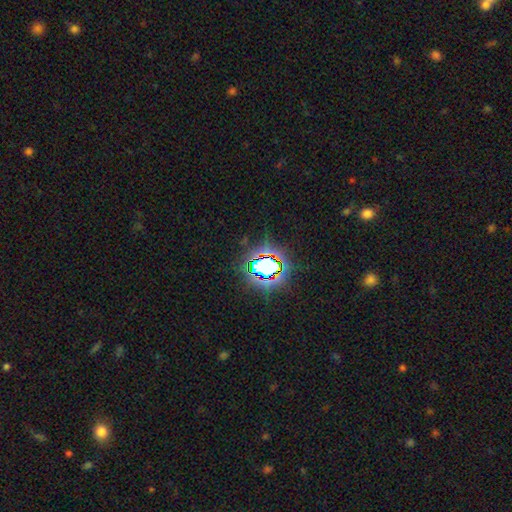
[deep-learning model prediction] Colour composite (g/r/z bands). It shows a star or artifact, not a galaxy (78%).